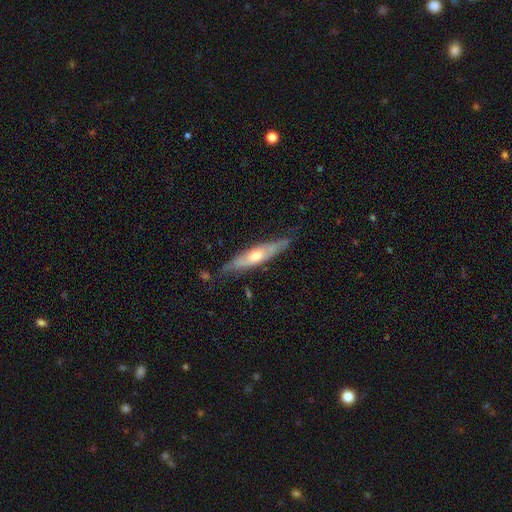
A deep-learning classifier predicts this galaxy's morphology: Overall: featured or disk (57%; smooth 38%). Edge-on disk: yes (70%). Merging: none (72%).